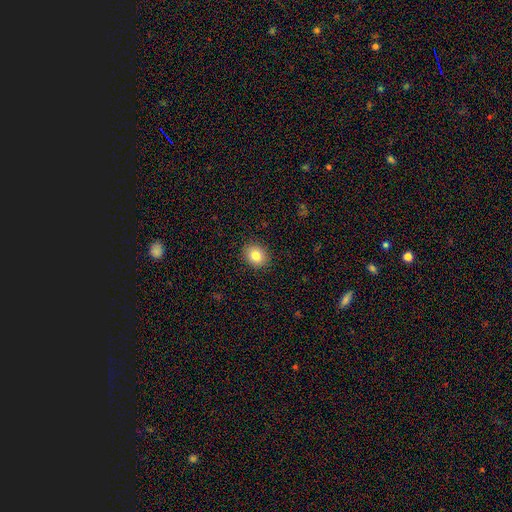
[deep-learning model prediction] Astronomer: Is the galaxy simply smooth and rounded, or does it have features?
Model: smooth — 83%.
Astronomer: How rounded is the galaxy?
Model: round — 57% (runner-up: in between, 42%).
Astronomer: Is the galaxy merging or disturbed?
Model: none — 90%.